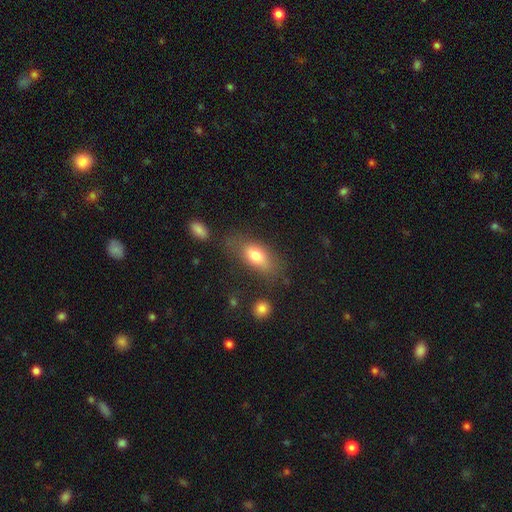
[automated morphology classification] Smooth or featured: smooth — 76% (featured or disk — 16%)
How rounded: in between — 85% (cigar-shaped — 10%)
Merging: none — 66% (minor disturbance — 20%)